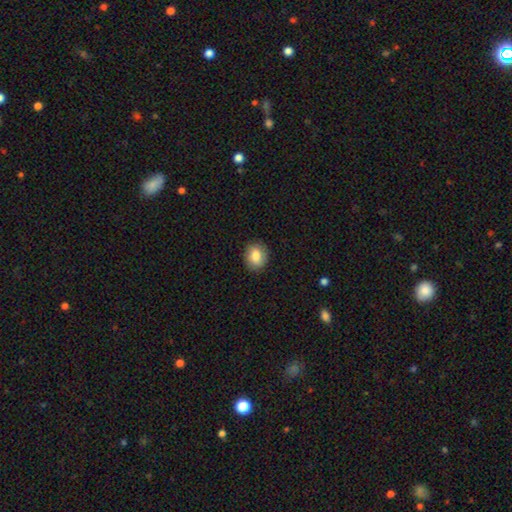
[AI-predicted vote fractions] A smooth galaxy with no disk features (82%) that is round (58%). Merging: none (87%).